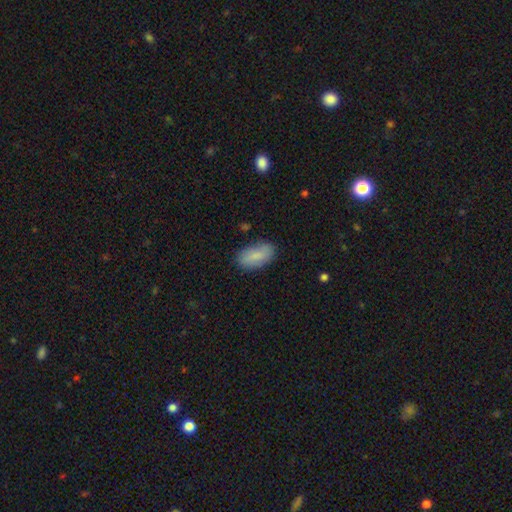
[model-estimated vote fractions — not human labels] This is clearly a smooth galaxy (85%). How rounded: clearly in between (93%). Merging: clearly none (81%).